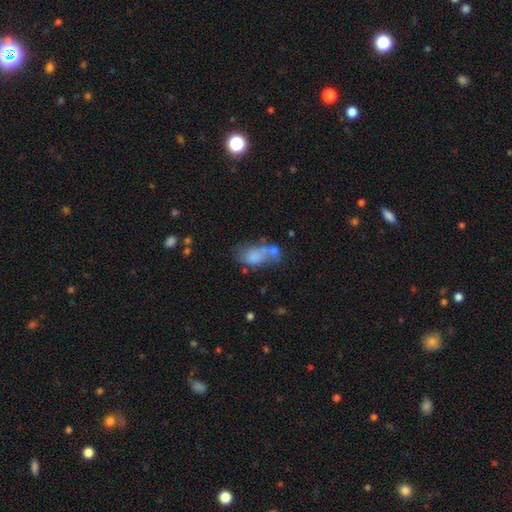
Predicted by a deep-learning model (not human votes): A smooth galaxy with no disk features (67%) that is in between round and cigar-shaped (83%).

Vote fractions:
- Smooth or featured? smooth: 67% / featured or disk: 22% / star or artifact: 11%
- How rounded? in between: 83% / round: 14% / cigar-shaped: 3%
- Merging? merger: 39% / none: 28% / minor disturbance: 18% / major disturbance: 15%